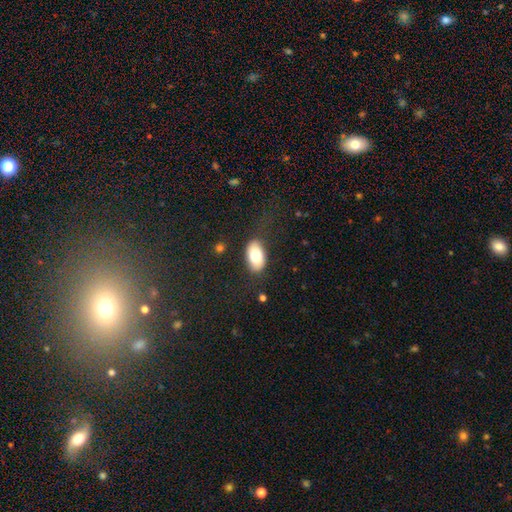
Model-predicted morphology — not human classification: smooth_or_featured: smooth (p=0.78) [alt: featured or disk p=0.15]
how_rounded: in between (p=0.93) [alt: round p=0.05]
merging: none (p=0.78) [alt: minor disturbance p=0.14]